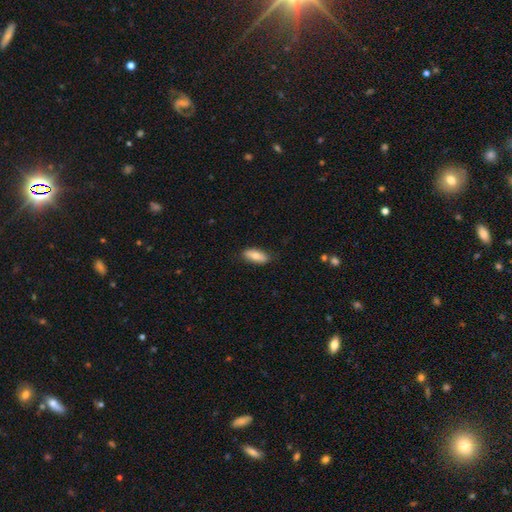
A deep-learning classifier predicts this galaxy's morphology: type=smooth (77%); roundness=in between (77%); merging=none (83%).